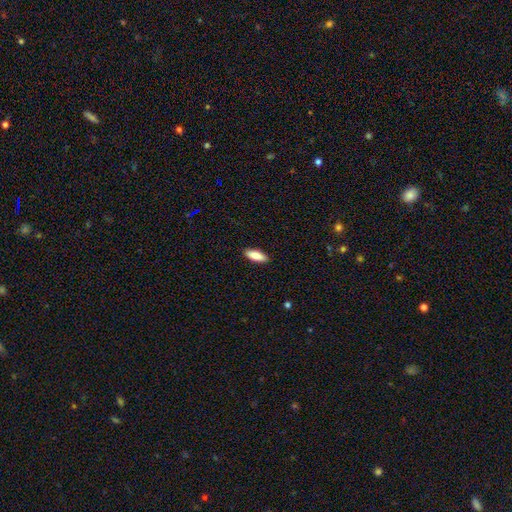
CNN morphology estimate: Smooth or featured? smooth (86%)
How rounded? in between (67%)
Merging? none (90%)